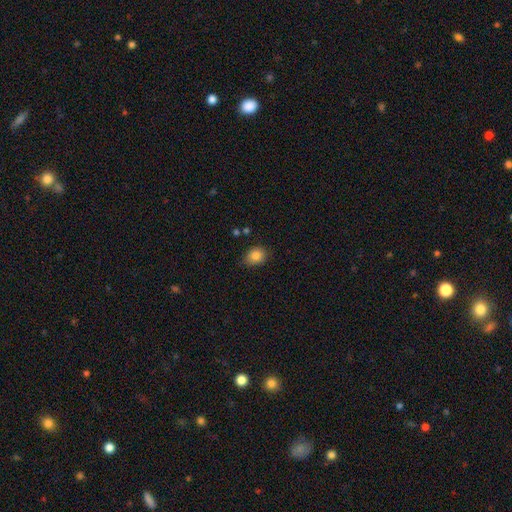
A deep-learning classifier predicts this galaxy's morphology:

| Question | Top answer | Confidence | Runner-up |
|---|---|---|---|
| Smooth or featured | smooth | 84% | star or artifact (9%) |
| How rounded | in between | 52% | round (48%) |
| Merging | none | 77% | minor disturbance (18%) |